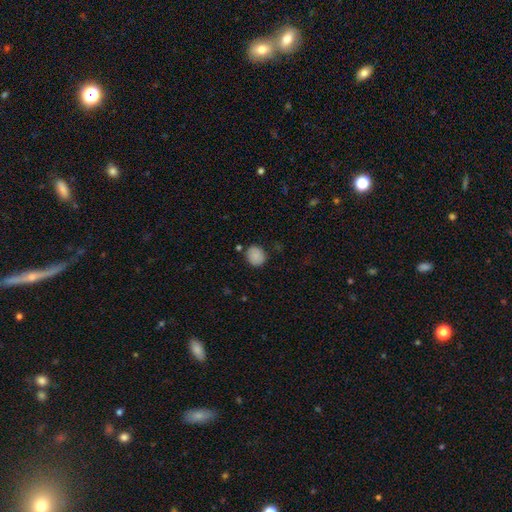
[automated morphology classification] This appears to be a smooth galaxy with no disk features (84%) that is round (79%). Merging: none (80%).